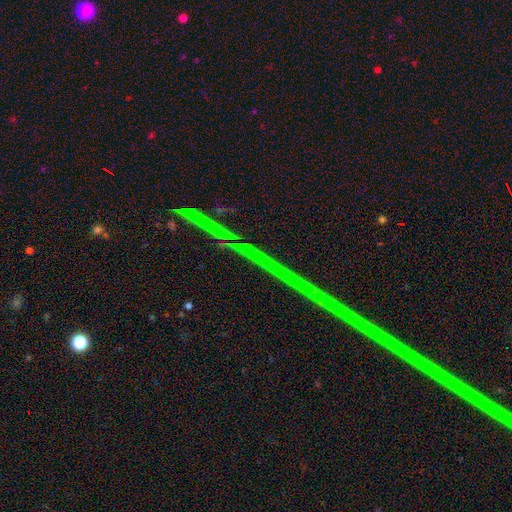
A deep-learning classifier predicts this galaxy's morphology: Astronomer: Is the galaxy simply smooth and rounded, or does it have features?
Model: star or artifact — 86%.